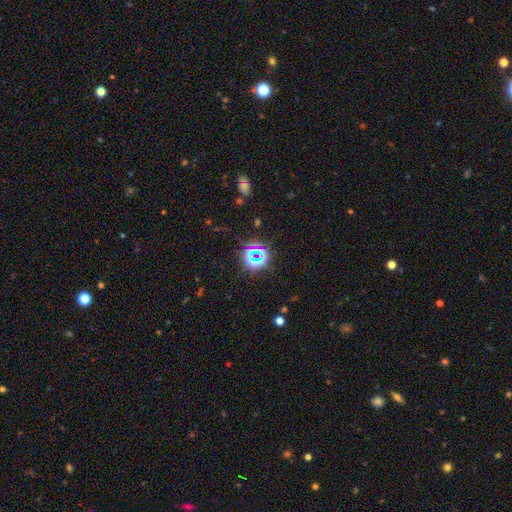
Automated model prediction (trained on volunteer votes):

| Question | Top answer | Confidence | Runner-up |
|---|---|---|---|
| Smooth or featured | star or artifact | 71% | smooth (19%) |